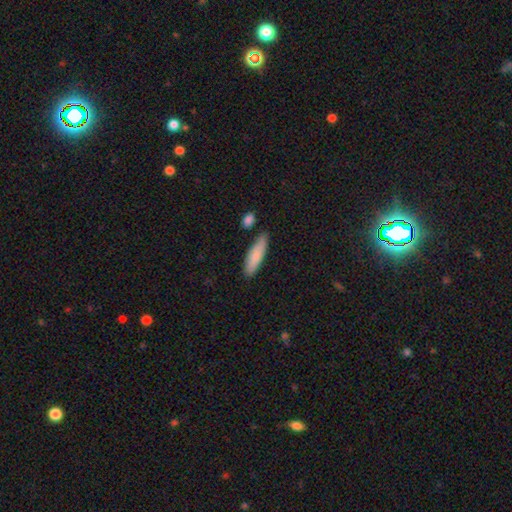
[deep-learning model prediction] smooth-or-featured: smooth: 83% | featured or disk: 11% | star or artifact: 6%
  how-rounded: cigar-shaped: 62% | in between: 36% | round: 2%
  merging: none: 79% | minor disturbance: 14% | merger: 5% | major disturbance: 3%